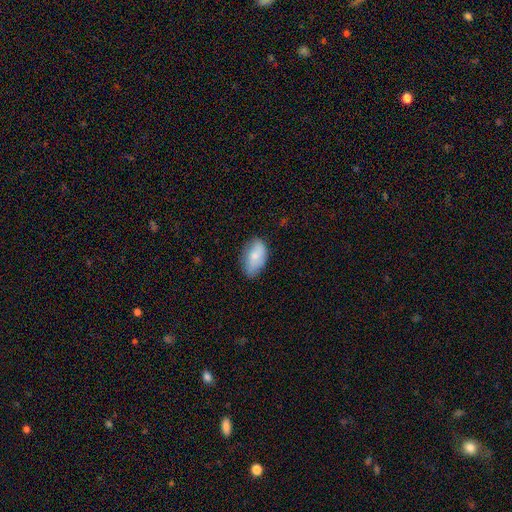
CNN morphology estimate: Smooth or featured? smooth (75%)
How rounded? in between (92%)
Merging? none (71%)